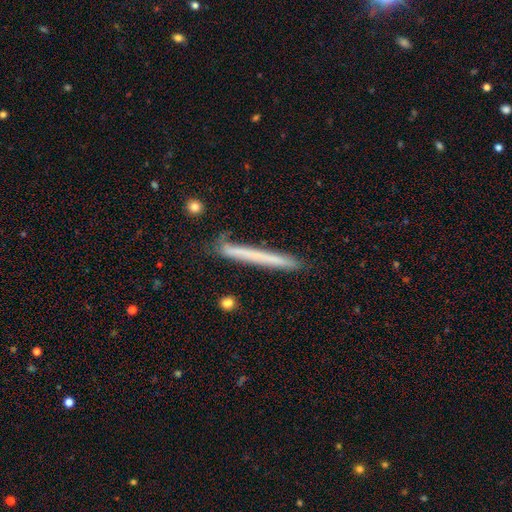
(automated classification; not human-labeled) This appears to be a smooth galaxy with no disk features (54%) that is cigar-shaped (97%). Merging: none (88%).